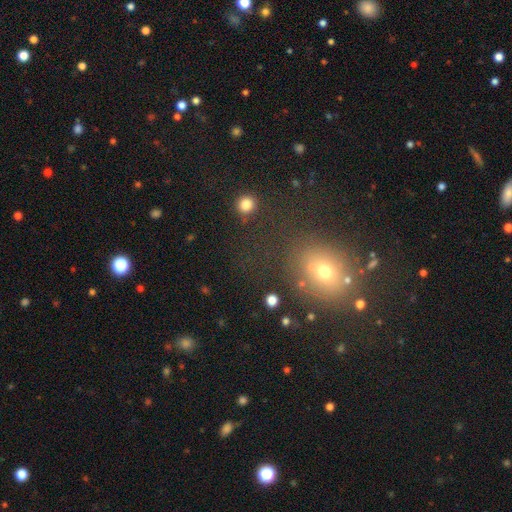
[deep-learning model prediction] Smooth or featured: smooth — 54% (star or artifact — 32%)
How rounded: round — 55% (in between — 44%)
Merging: none — 74% (minor disturbance — 13%)